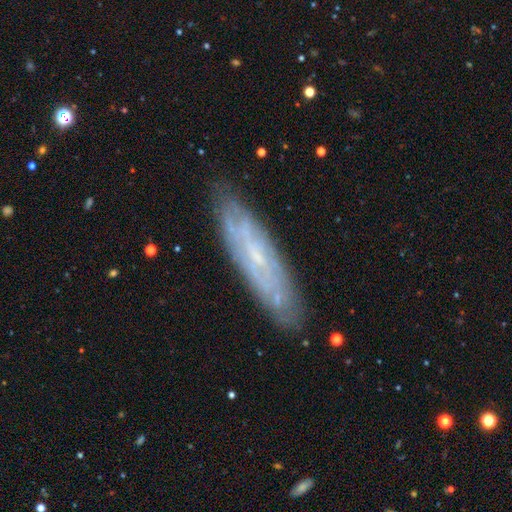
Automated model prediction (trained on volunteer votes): A featured or disk galaxy (68%). Merging: none (84%).